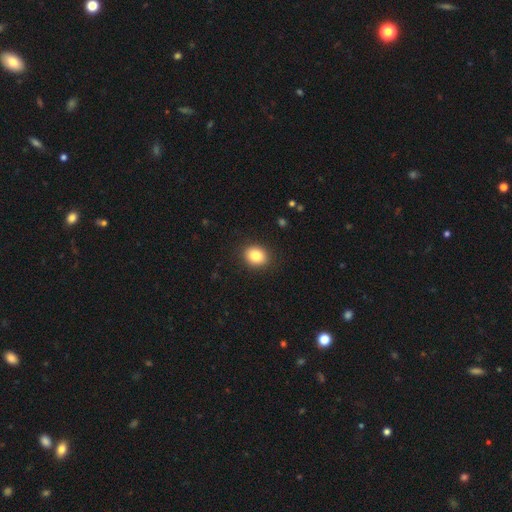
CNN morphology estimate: A smooth galaxy with no disk features (84%) that is round (57%). Merging: none (90%).